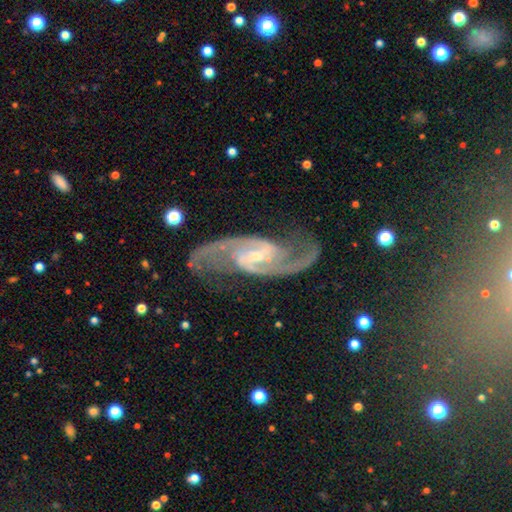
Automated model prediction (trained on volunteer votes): Smooth or featured?
  - featured or disk: 93% *
  - star or artifact: 4%
  - smooth: 3%
Edge-on disk?
  - no: 97% *
  - yes: 3%
Bar?
  - weak: 52% *
  - strong: 26%
  - no: 22%
Spiral arms?
  - yes: 98% *
  - no: 2%
Spiral winding?
  - medium: 53% *
  - loose: 33%
  - tight: 13%
Spiral arm count?
  - 2: 93% *
  - can't tell: 2%
  - 3: 2%
  - 1: 1%
  - 4: 1%
  - more than 4: 1%
Bulge size?
  - small: 65% *
  - moderate: 30%
  - none: 3%
  - large: 2%
  - dominant: 1%
Merging?
  - none: 76% *
  - minor disturbance: 14%
  - major disturbance: 8%
  - merger: 2%